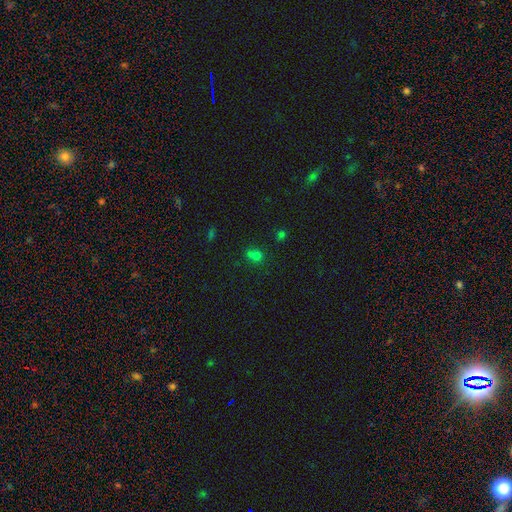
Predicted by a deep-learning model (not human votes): smooth_or_featured: smooth (p=0.65) [alt: star or artifact p=0.26]
how_rounded: round (p=0.64) [alt: in between p=0.34]
merging: none (p=0.51) [alt: merger p=0.26]